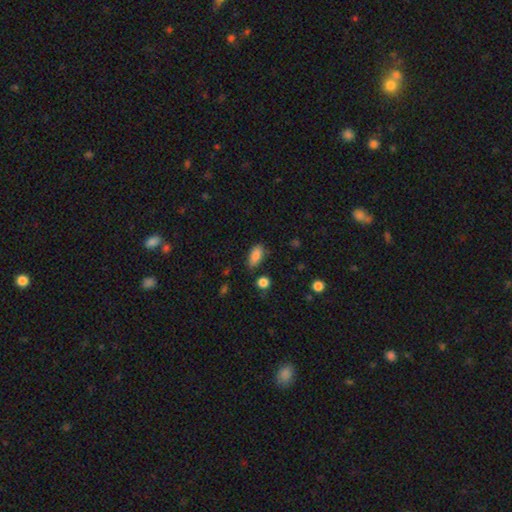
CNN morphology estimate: smooth-or-featured: smooth: 85% | star or artifact: 8% | featured or disk: 7%
  how-rounded: in between: 87% | cigar-shaped: 8% | round: 4%
  merging: none: 78% | minor disturbance: 16% | major disturbance: 3% | merger: 3%